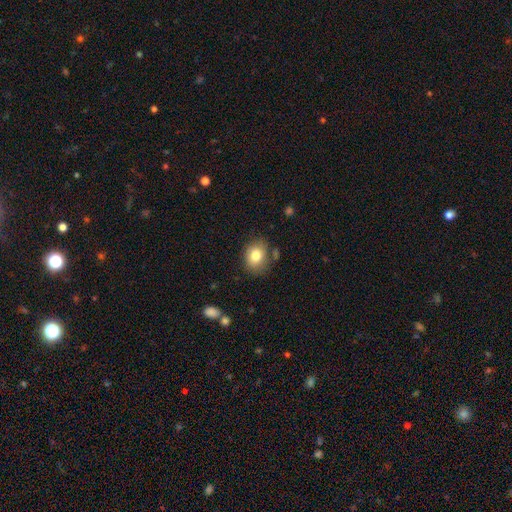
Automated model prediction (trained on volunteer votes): Overall: smooth (80%). How rounded: in between (51%; round 48%). Merging: none (74%).